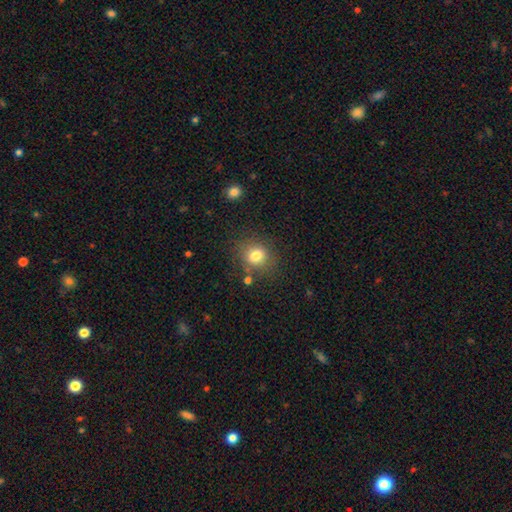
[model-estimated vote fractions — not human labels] Overall: smooth (79%). How rounded: round (72%). Merging: none (77%).